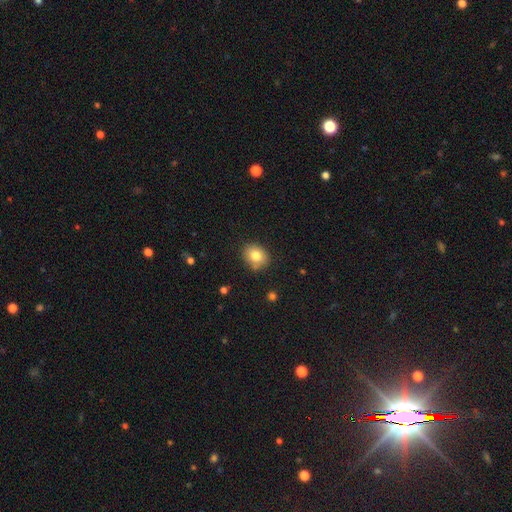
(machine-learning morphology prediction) smooth-or-featured: smooth: 80% | featured or disk: 10% | star or artifact: 10%
  how-rounded: round: 57% | in between: 42% | cigar-shaped: 1%
  merging: none: 82% | minor disturbance: 13% | major disturbance: 3% | merger: 2%